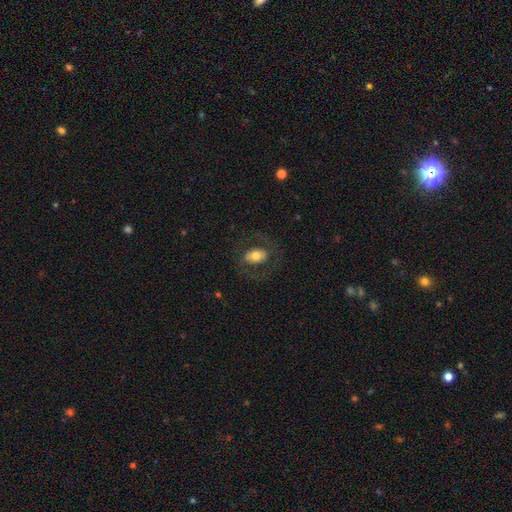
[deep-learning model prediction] A smooth galaxy with no disk features (56%) that is in between round and cigar-shaped (77%).

Vote fractions:
- Smooth or featured? smooth: 56% / featured or disk: 36% / star or artifact: 8%
- How rounded? in between: 77% / round: 21% / cigar-shaped: 2%
- Merging? none: 70% / major disturbance: 15% / minor disturbance: 14% / merger: 1%